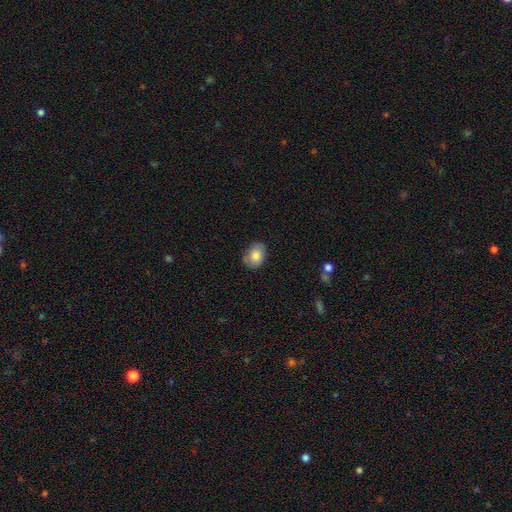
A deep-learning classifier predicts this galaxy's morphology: Smooth or featured?
  - smooth: 79% *
  - featured or disk: 13%
  - star or artifact: 8%
How rounded?
  - in between: 71% *
  - round: 28%
  - cigar-shaped: 1%
Merging?
  - none: 74% *
  - minor disturbance: 20%
  - major disturbance: 4%
  - merger: 2%